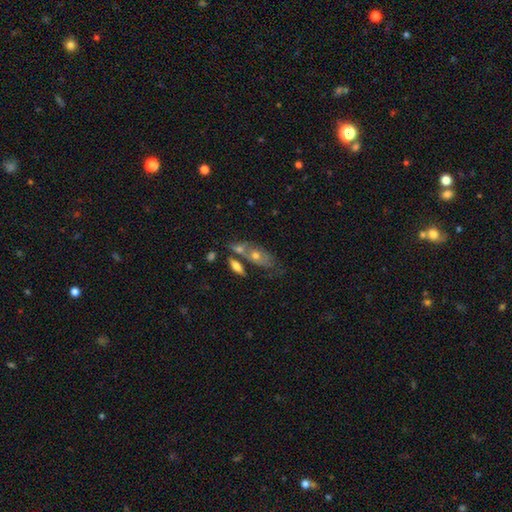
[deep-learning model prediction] smooth_or_featured: smooth (p=0.51) [alt: featured or disk p=0.40]
how_rounded: in between (p=0.73) [alt: cigar-shaped p=0.20]
merging: none (p=0.42) [alt: merger p=0.34]